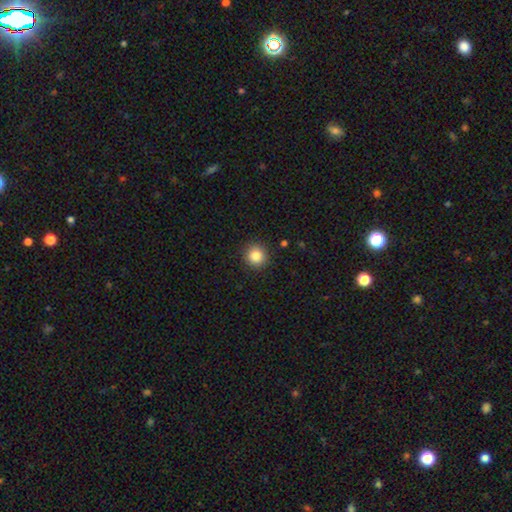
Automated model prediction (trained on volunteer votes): Overall: smooth (85%). How rounded: round (94%). Merging: none (92%).